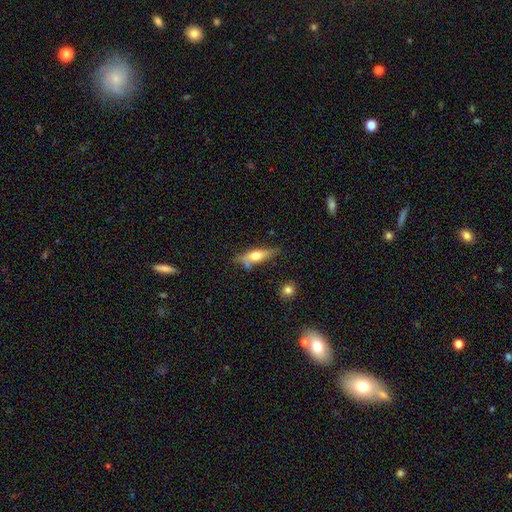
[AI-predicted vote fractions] Smooth or featured? Predicted: smooth (p=0.52). How rounded? Predicted: cigar-shaped (p=0.61). Merging? Predicted: none (p=0.68).